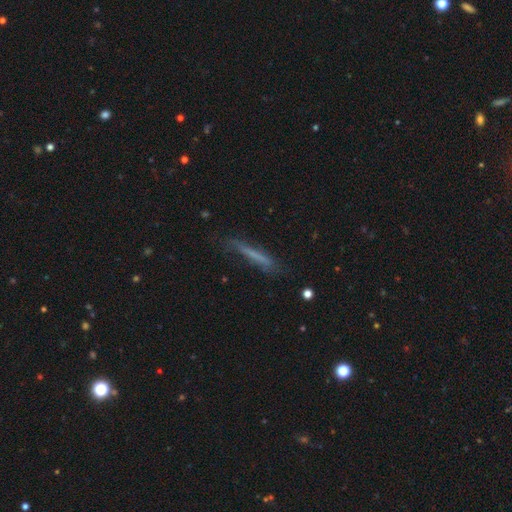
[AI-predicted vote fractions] smooth-or-featured: smooth: 55% | featured or disk: 36% | star or artifact: 9%
  how-rounded: cigar-shaped: 95% | in between: 4% | round: 1%
  merging: none: 70% | minor disturbance: 21% | major disturbance: 7% | merger: 2%